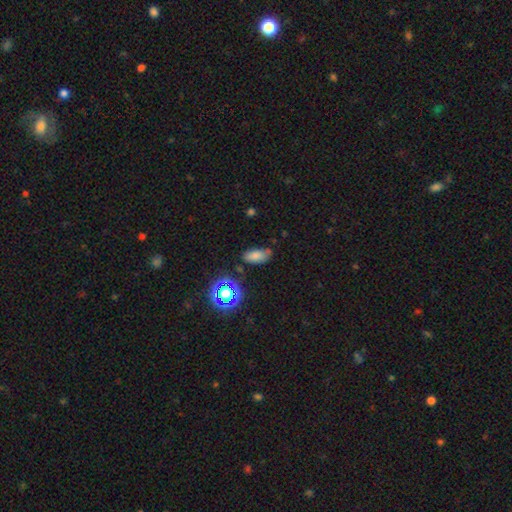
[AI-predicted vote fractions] smooth_or_featured: smooth (p=0.72) [alt: star or artifact p=0.18]
how_rounded: in between (p=0.88) [alt: cigar-shaped p=0.07]
merging: none (p=0.68) [alt: minor disturbance p=0.22]